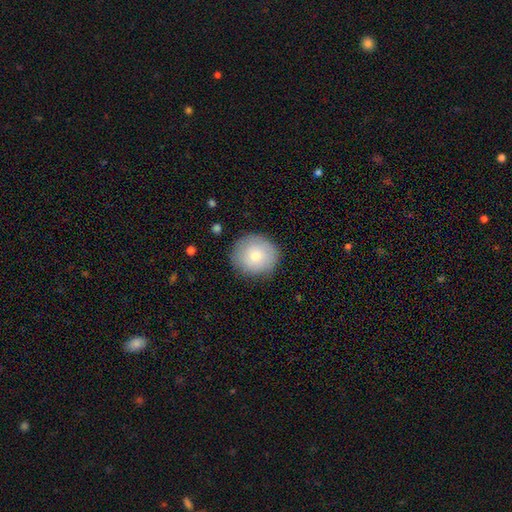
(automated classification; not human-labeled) A smooth galaxy with no disk features (72%) that is round (91%). Merging: none (85%).